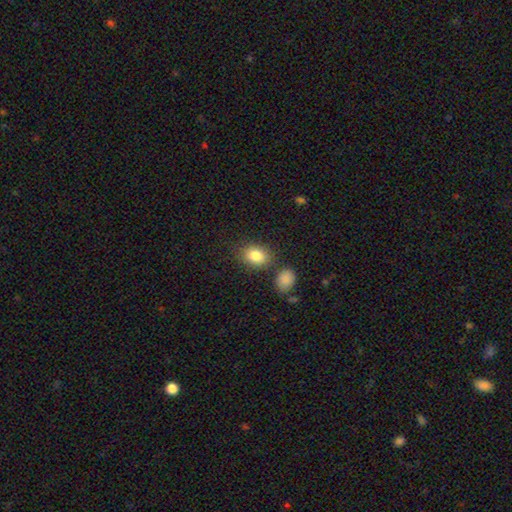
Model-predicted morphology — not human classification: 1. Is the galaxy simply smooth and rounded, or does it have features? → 84% smooth, 9% star or artifact, 7% featured or disk.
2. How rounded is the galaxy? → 62% in between, 37% round, 1% cigar-shaped.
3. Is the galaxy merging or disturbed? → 75% none, 13% minor disturbance, 8% merger, 4% major disturbance.